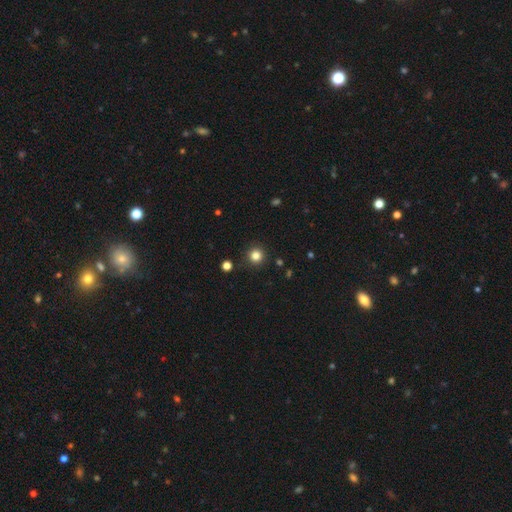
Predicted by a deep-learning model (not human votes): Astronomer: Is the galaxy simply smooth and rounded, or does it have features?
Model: smooth — 82%.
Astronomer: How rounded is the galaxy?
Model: round — 95%.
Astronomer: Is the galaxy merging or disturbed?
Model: none — 91%.